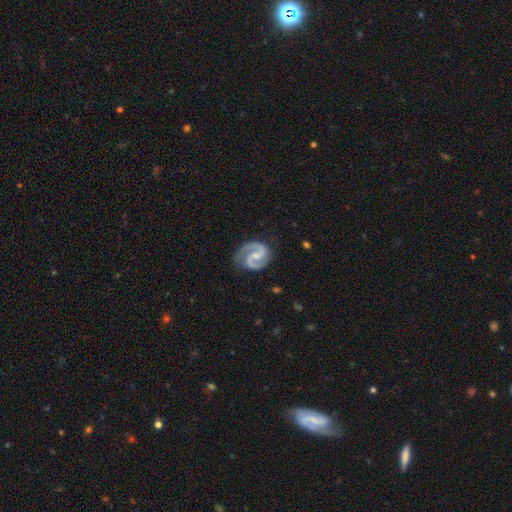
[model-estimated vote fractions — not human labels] Overall: featured or disk (93%). Edge-on disk: no (99%). Bar: weak (46%; no 35%). Spiral arms: yes (98%). Spiral arm count: 2 (94%). Spiral winding: medium (62%; tight 24%). Bulge size: small (60%; moderate 31%). Merging: none (81%).